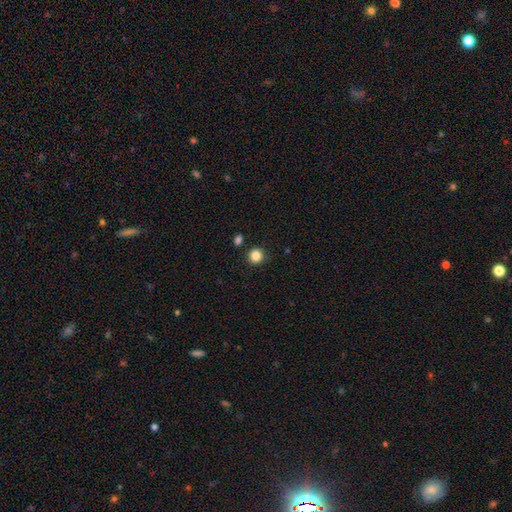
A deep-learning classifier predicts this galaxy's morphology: Smooth or featured? smooth (86%)
How rounded? round (94%)
Merging? none (89%)